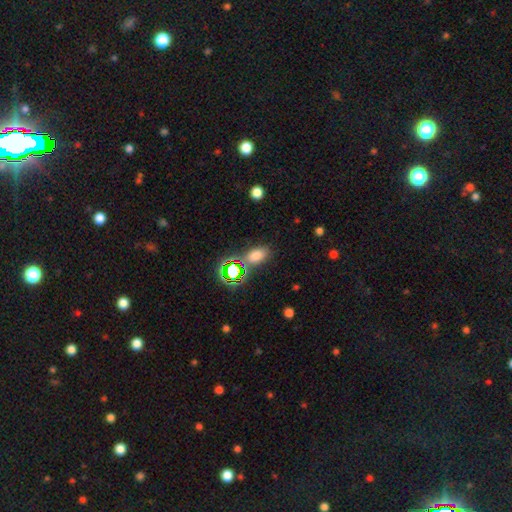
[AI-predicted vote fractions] Q: Smooth or featured?
A: smooth (69%); runner-up: star or artifact (23%)
Q: How rounded?
A: in between (83%); runner-up: round (14%)
Q: Merging?
A: none (74%); runner-up: minor disturbance (13%)